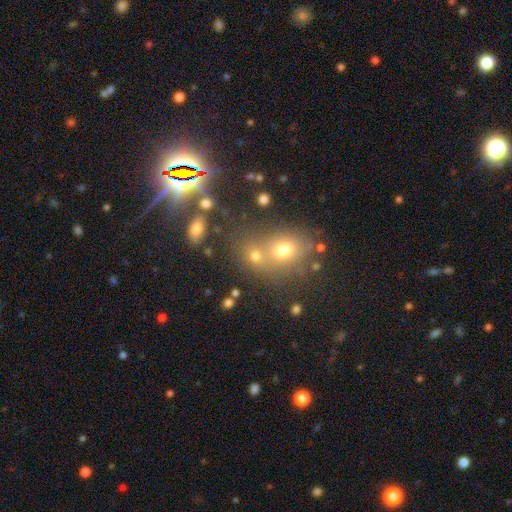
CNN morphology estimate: Smooth or featured? Predicted: smooth (p=0.69). How rounded? Predicted: round (p=0.57). Merging? Predicted: none (p=0.45).